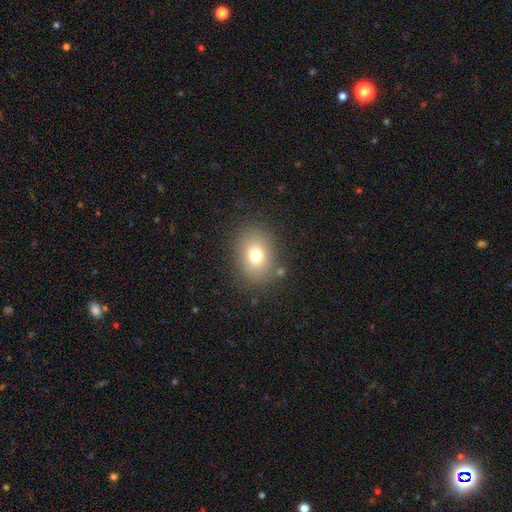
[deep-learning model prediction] Morphology: type=smooth (74%); roundness=in between (55%); merging=none (83%).